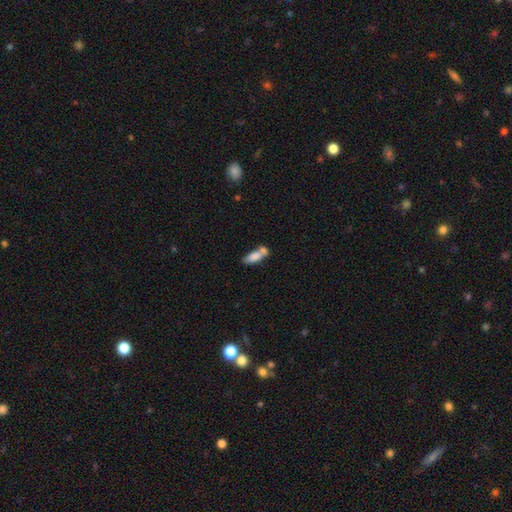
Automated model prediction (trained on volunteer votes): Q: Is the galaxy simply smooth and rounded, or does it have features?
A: smooth — 77%.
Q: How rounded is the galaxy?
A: in between — 76%.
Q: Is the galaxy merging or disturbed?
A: merger — 50%.